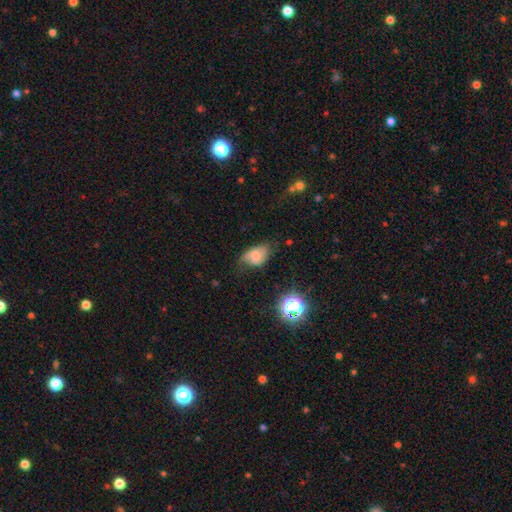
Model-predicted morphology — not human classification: A smooth galaxy with no disk features (63%) that is in between round and cigar-shaped (82%).

Vote fractions:
- Smooth or featured? smooth: 63% / featured or disk: 24% / star or artifact: 13%
- How rounded? in between: 82% / round: 16% / cigar-shaped: 1%
- Merging? none: 43% / minor disturbance: 39% / major disturbance: 16% / merger: 2%